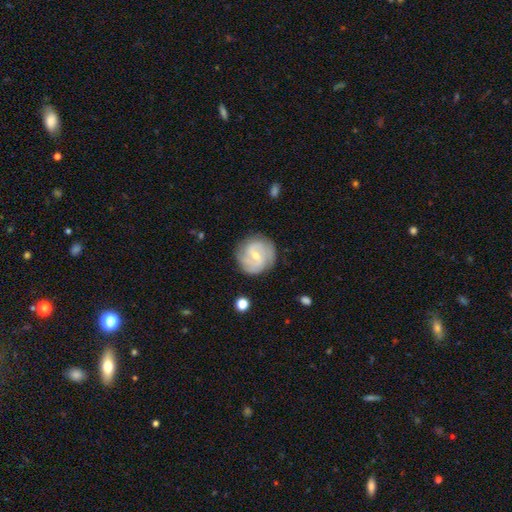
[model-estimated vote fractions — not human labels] Morphology: type=featured or disk (73%); edge-on=no (98%); bar=weak (54%); spiral arms=yes (92%); winding=tight (46%); arm count=2 (45%); bulge=small (56%); merging=none (82%).